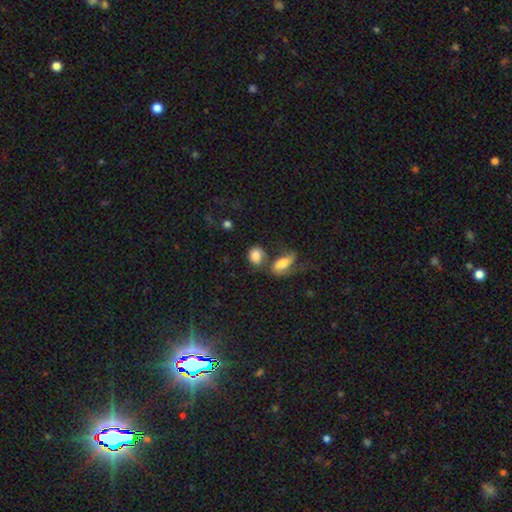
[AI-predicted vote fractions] Smooth or featured: smooth — 80% (featured or disk — 12%)
How rounded: in between — 61% (round — 36%)
Merging: none — 40% (merger — 37%)